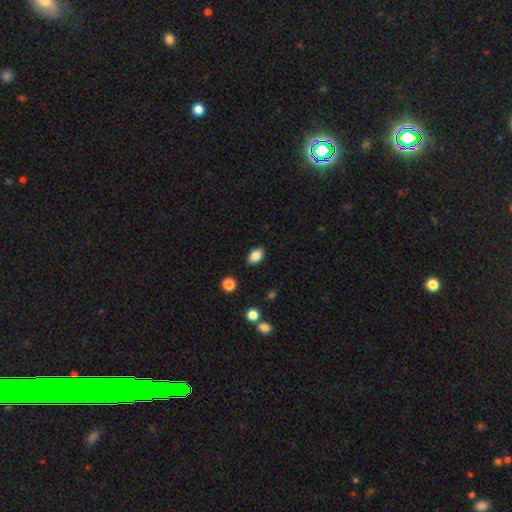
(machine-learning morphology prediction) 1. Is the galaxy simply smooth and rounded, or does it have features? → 84% smooth, 9% star or artifact, 7% featured or disk.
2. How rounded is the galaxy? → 89% in between, 10% round, 2% cigar-shaped.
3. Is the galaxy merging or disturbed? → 88% none, 9% minor disturbance, 2% major disturbance, 1% merger.